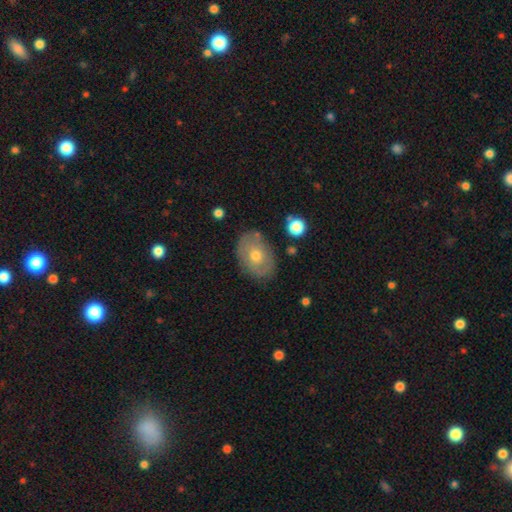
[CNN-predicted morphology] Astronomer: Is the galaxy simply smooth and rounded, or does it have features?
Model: smooth — 53% (runner-up: featured or disk, 39%).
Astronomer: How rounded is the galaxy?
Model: in between — 77%.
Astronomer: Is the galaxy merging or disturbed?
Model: none — 80%.